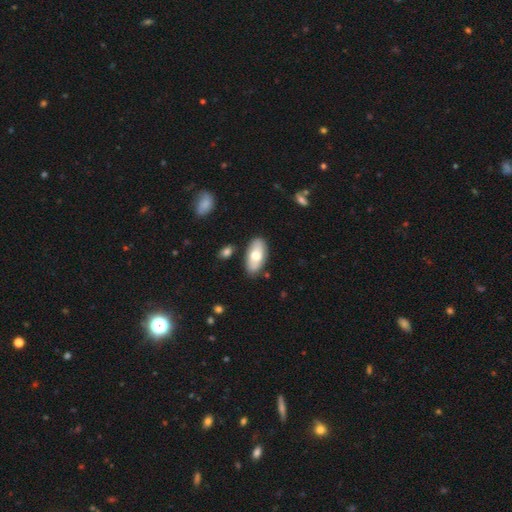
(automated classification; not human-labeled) Q: Smooth or featured?
A: smooth (69%); runner-up: featured or disk (25%)
Q: How rounded?
A: in between (92%); runner-up: cigar-shaped (5%)
Q: Merging?
A: none (80%); runner-up: minor disturbance (13%)